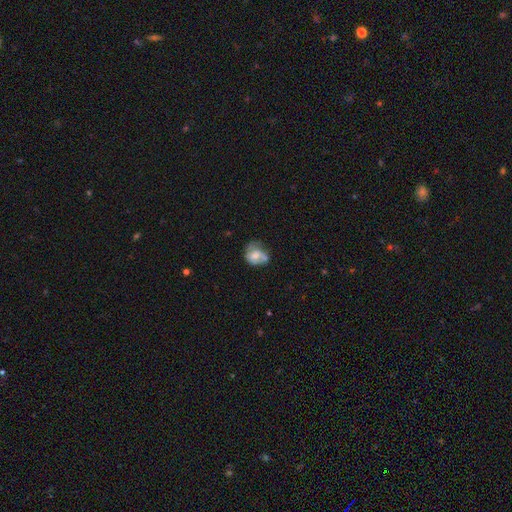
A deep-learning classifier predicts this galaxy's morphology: A smooth galaxy with no disk features (47%).

Vote fractions:
- Smooth or featured? smooth: 47% / featured or disk: 45% / star or artifact: 9%
- Merging? none: 34% / minor disturbance: 30% / major disturbance: 23% / merger: 13%